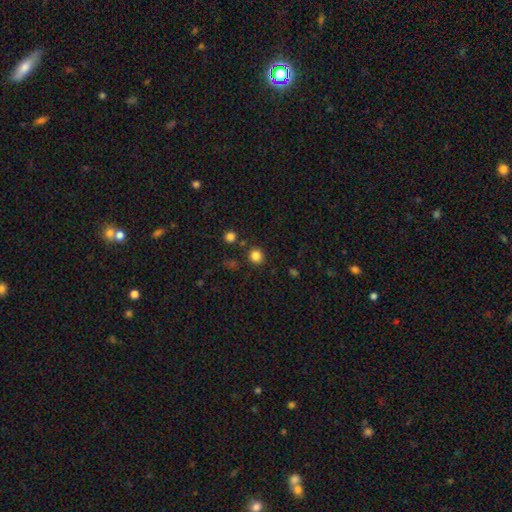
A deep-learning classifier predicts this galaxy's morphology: smooth 82%, star or artifact 13%, featured or disk 4%. Down the decision tree: how rounded — round (89%); merging — none (86%).